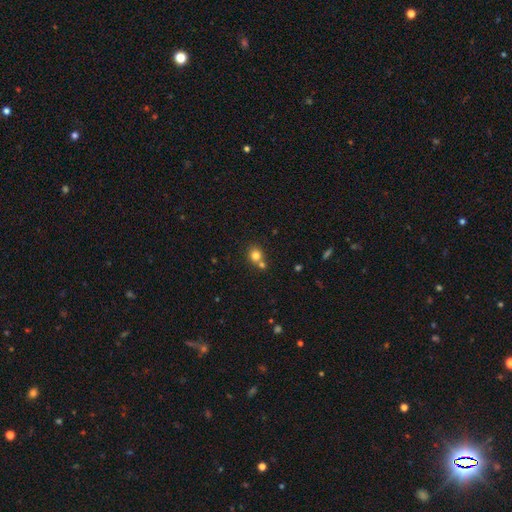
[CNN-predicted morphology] smooth_or_featured: smooth (p=0.79) [alt: star or artifact p=0.13]
how_rounded: round (p=0.83) [alt: in between p=0.16]
merging: none (p=0.54) [alt: merger p=0.35]